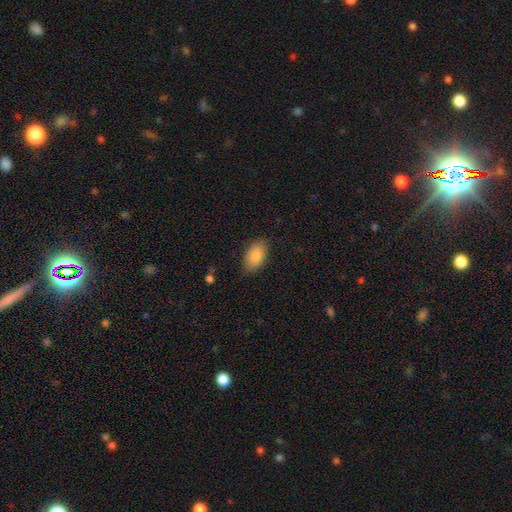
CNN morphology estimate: Q: Smooth or featured?
A: smooth (86%); runner-up: featured or disk (8%)
Q: How rounded?
A: in between (94%); runner-up: round (4%)
Q: Merging?
A: none (84%); runner-up: minor disturbance (13%)